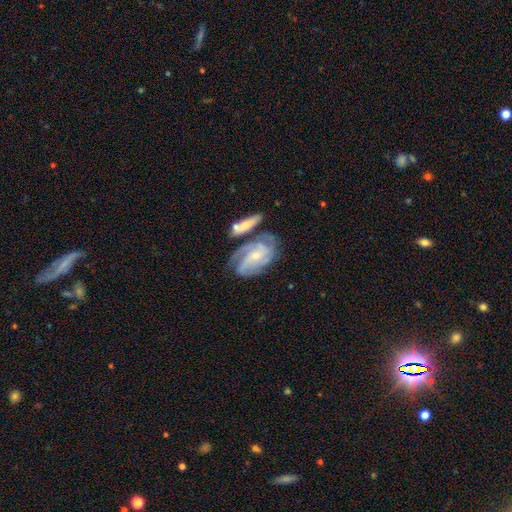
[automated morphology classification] A featured or disk galaxy (81%) with no bar (58%), 3 (34%) tight (48%) spiral arms (95%) and a small central bulge (69%).

Vote fractions:
- Smooth or featured? featured or disk: 81% / smooth: 13% / star or artifact: 6%
- Edge-on disk? no: 96% / yes: 4%
- Bar? no: 58% / weak: 32% / strong: 9%
- Spiral arms? yes: 95% / no: 5%
- Spiral winding? tight: 48% / medium: 39% / loose: 12%
- Spiral arm count? 3: 34% / can't tell: 22% / 2: 19% / 4: 15% / 1: 5% / more than 4: 5%
- Bulge size? small: 69% / moderate: 26% / none: 2% / large: 1% / dominant: 1%
- Merging? none: 49% / merger: 21% / minor disturbance: 19% / major disturbance: 11%